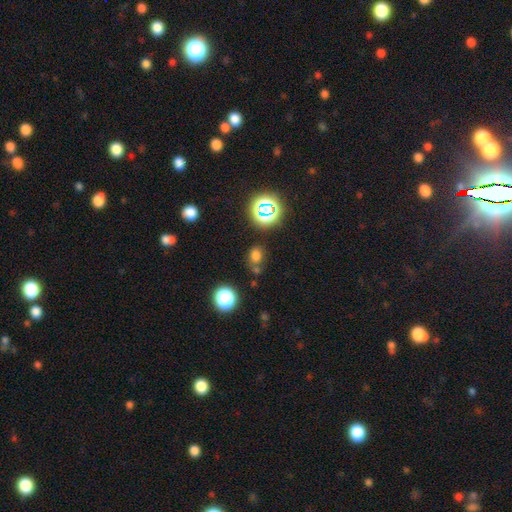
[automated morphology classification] smooth-or-featured: smooth: 65% | star or artifact: 27% | featured or disk: 8%
  how-rounded: in between: 50% | round: 49% | cigar-shaped: 1%
  merging: none: 62% | minor disturbance: 17% | merger: 15% | major disturbance: 7%